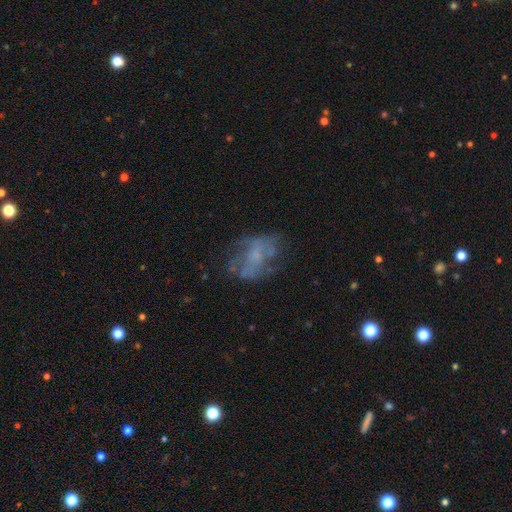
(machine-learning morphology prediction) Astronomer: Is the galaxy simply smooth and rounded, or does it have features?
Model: featured or disk — 59%.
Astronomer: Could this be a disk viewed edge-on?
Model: no — 97%.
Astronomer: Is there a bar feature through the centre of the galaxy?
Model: no — 75%.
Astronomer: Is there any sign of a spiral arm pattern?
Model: no — 60% (runner-up: yes, 40%).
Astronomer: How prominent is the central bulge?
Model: none — 46% (runner-up: small, 32%).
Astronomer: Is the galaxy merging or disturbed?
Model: none — 52%.